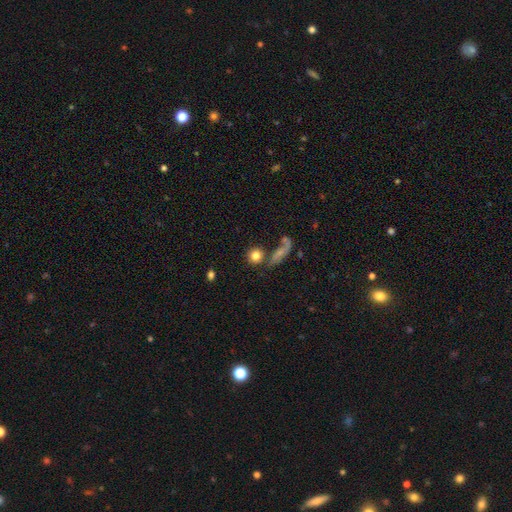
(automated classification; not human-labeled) Morphology: type=smooth (80%); roundness=round (89%); merging=none (68%).